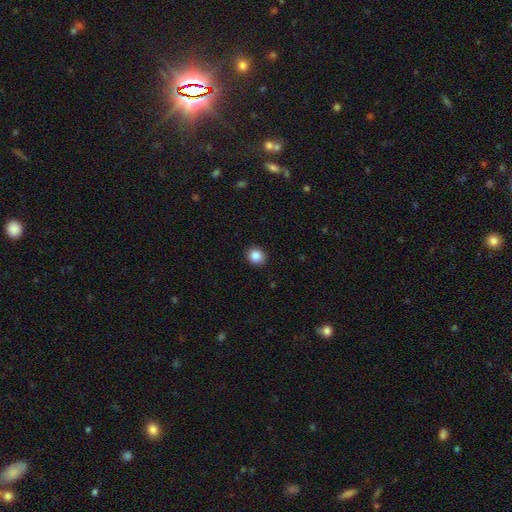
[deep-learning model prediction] Morphology: type=smooth (87%); roundness=round (81%); merging=none (91%).